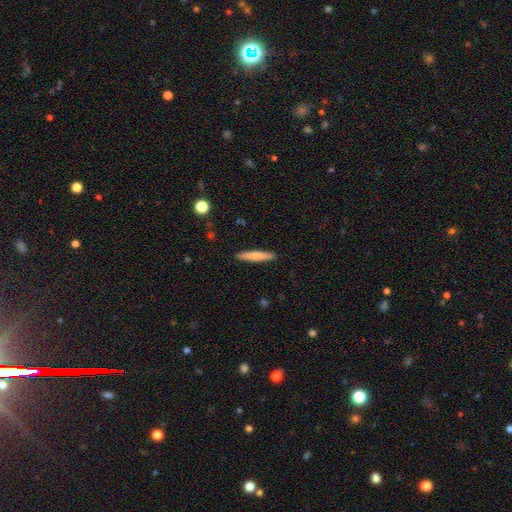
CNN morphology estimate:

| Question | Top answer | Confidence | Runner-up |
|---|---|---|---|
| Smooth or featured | smooth | 67% | featured or disk (27%) |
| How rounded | cigar-shaped | 92% | in between (7%) |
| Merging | none | 91% | minor disturbance (7%) |